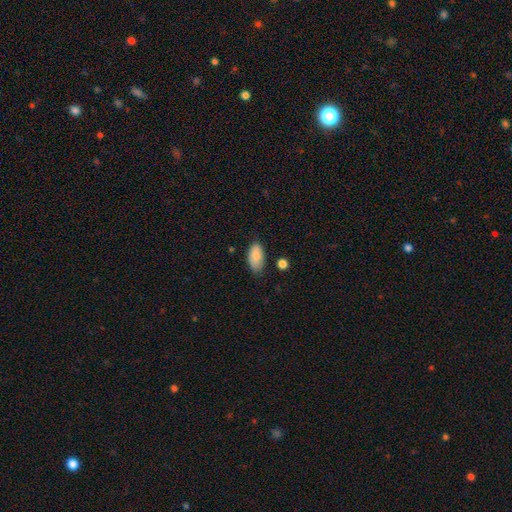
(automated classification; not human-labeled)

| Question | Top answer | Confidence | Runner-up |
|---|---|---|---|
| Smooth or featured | smooth | 87% | star or artifact (7%) |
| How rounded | in between | 93% | cigar-shaped (4%) |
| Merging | none | 75% | minor disturbance (19%) |